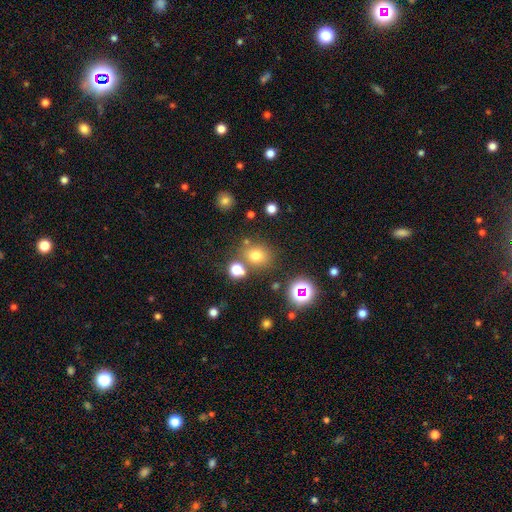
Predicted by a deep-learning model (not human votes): Morphology: type=smooth (70%); roundness=round (75%); merging=none (73%).